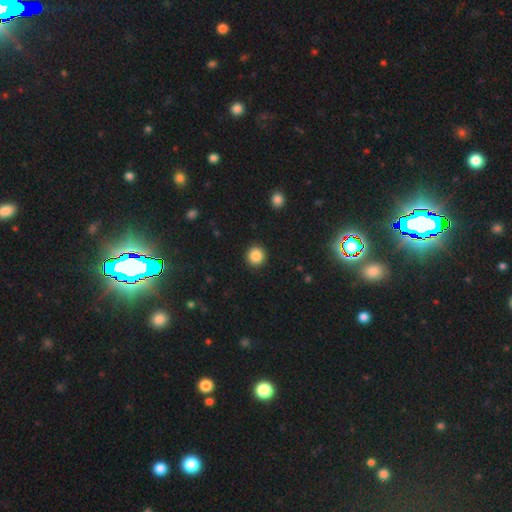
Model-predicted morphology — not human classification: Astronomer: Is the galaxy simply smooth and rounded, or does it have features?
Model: smooth — 88%.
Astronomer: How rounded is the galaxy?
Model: round — 94%.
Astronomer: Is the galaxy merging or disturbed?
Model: none — 92%.